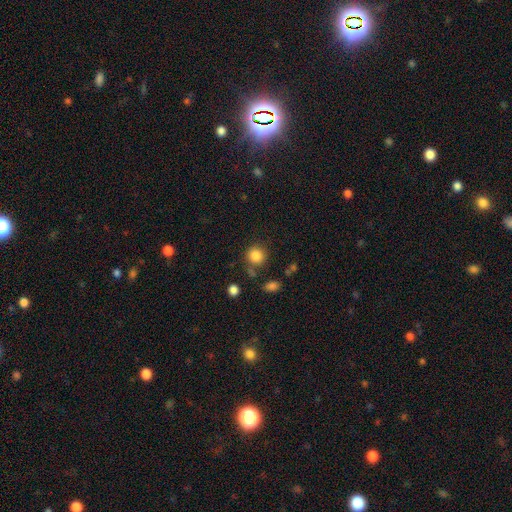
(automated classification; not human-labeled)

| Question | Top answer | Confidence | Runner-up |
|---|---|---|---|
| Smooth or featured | smooth | 85% | star or artifact (10%) |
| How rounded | round | 89% | in between (10%) |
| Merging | none | 75% | minor disturbance (12%) |